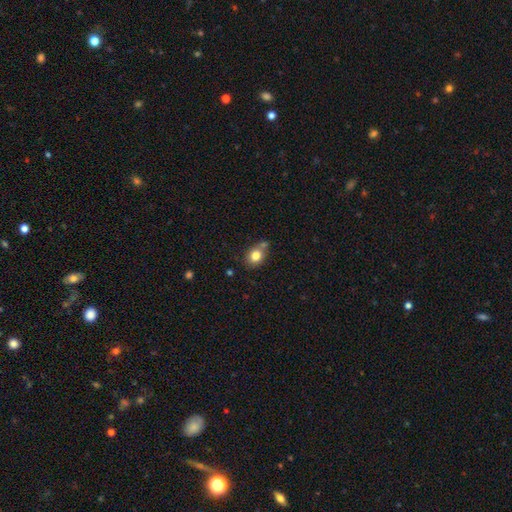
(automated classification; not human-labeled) smooth-or-featured: smooth: 80% | featured or disk: 10% | star or artifact: 10%
  how-rounded: in between: 51% | round: 48% | cigar-shaped: 1%
  merging: none: 56% | minor disturbance: 22% | merger: 17% | major disturbance: 6%